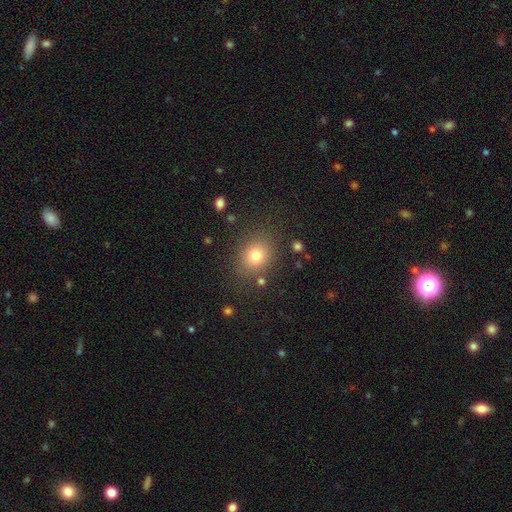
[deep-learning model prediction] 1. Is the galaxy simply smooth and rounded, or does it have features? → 78% smooth, 13% star or artifact, 9% featured or disk.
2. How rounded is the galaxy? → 69% round, 30% in between, 1% cigar-shaped.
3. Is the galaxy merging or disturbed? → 81% none, 11% minor disturbance, 5% major disturbance, 3% merger.